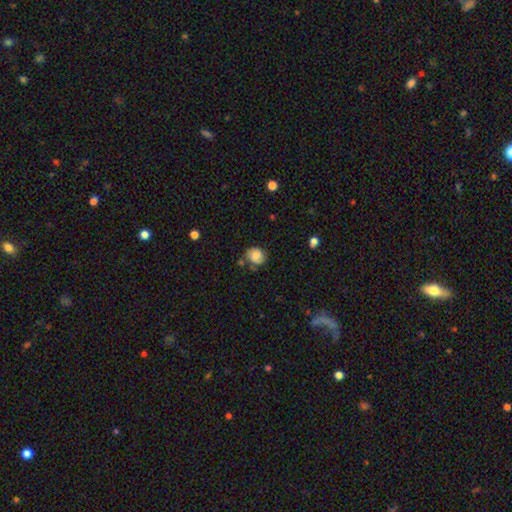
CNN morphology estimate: This appears to be a smooth galaxy with no disk features (68%) that is round (70%). Merging: none (62%).